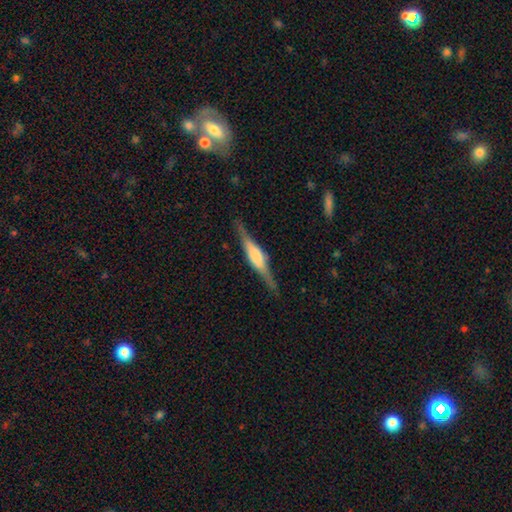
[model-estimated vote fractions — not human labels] Q: Smooth or featured?
A: featured or disk (73%); runner-up: smooth (22%)
Q: Edge-on disk?
A: yes (97%); runner-up: no (3%)
Q: Edge-on bulge?
A: rounded (57%); runner-up: boxy (36%)
Q: Merging?
A: none (84%); runner-up: minor disturbance (12%)